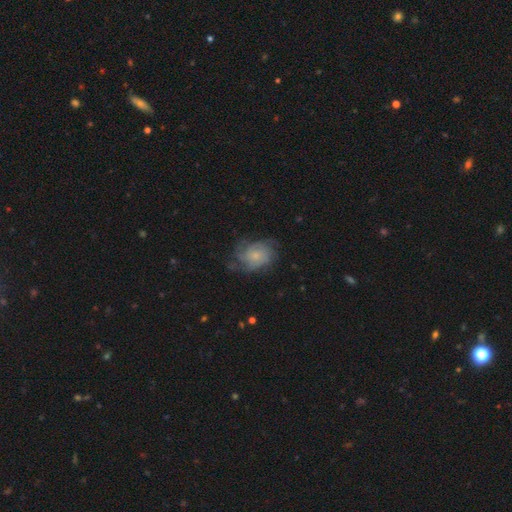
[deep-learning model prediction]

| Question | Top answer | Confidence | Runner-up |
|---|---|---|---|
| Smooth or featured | featured or disk | 64% | smooth (28%) |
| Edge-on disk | no | 97% | yes (3%) |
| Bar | no | 77% | weak (21%) |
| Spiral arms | yes | 88% | no (12%) |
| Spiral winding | tight | 48% | medium (37%) |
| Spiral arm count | can't tell | 43% | 3 (17%) |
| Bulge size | small | 64% | moderate (24%) |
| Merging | none | 60% | minor disturbance (24%) |